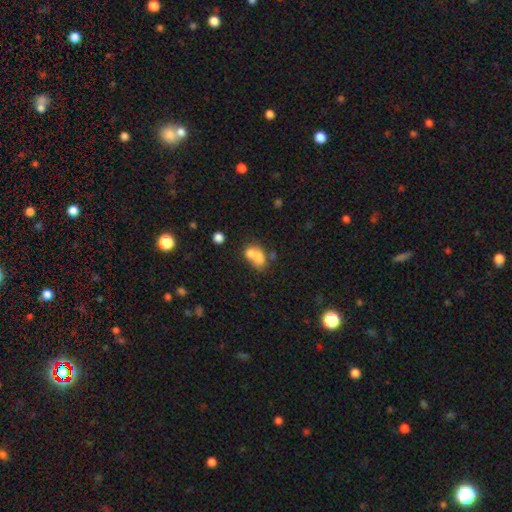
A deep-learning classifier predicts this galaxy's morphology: Smooth or featured?
  - smooth: 68% *
  - featured or disk: 21%
  - star or artifact: 10%
How rounded?
  - in between: 65% *
  - round: 34%
  - cigar-shaped: 2%
Merging?
  - merger: 64% *
  - none: 21%
  - minor disturbance: 9%
  - major disturbance: 6%